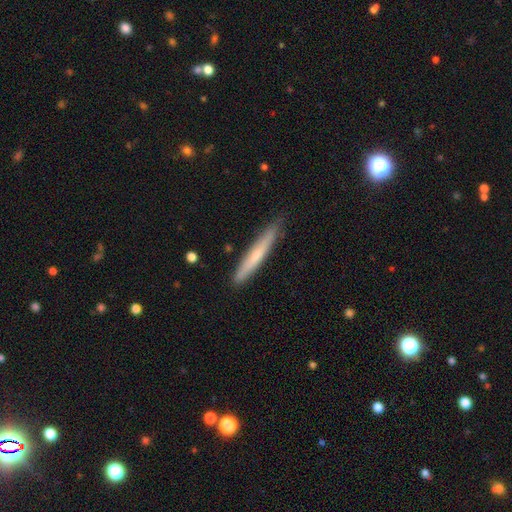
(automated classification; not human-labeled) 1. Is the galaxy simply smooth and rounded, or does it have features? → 58% smooth, 36% featured or disk, 6% star or artifact.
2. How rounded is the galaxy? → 95% cigar-shaped, 4% in between, 1% round.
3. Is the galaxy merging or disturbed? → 84% none, 13% minor disturbance, 2% major disturbance, 1% merger.